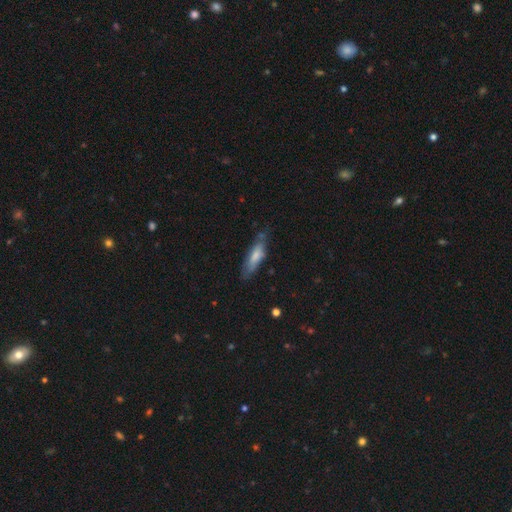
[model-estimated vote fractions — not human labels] Morphology: type=smooth (67%); roundness=cigar-shaped (57%); merging=none (61%).